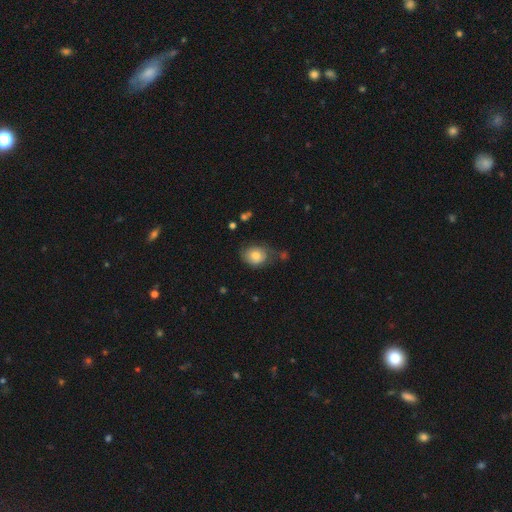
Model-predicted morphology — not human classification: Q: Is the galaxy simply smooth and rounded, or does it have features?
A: smooth — 72%.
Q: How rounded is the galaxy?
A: in between — 51%.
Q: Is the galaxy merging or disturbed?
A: none — 53%.